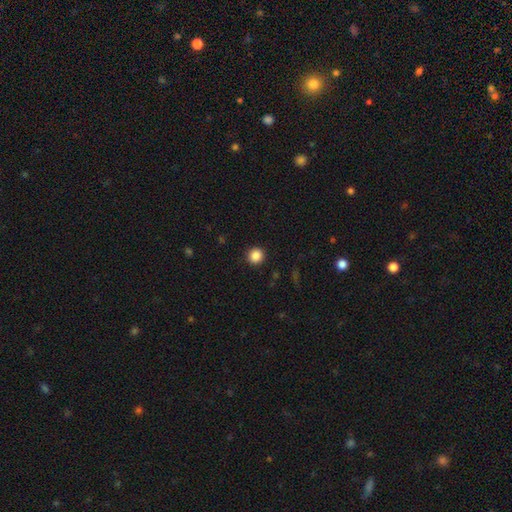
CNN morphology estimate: Q: Smooth or featured?
A: smooth (87%); runner-up: star or artifact (10%)
Q: How rounded?
A: round (93%); runner-up: in between (6%)
Q: Merging?
A: none (92%); runner-up: minor disturbance (5%)